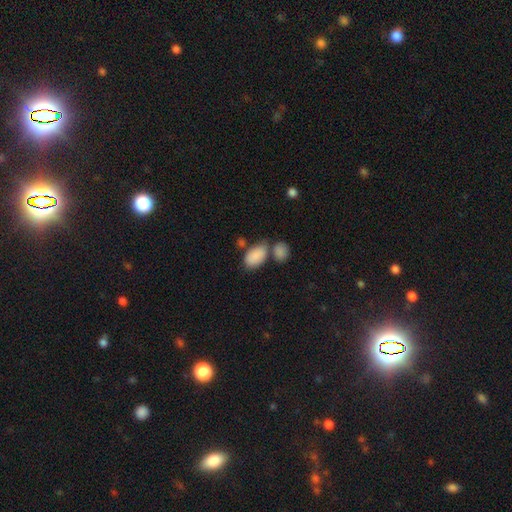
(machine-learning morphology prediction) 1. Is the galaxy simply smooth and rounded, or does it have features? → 88% smooth, 7% star or artifact, 6% featured or disk.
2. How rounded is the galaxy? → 93% in between, 5% round, 1% cigar-shaped.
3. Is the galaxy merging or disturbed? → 49% none, 30% merger, 15% minor disturbance, 6% major disturbance.